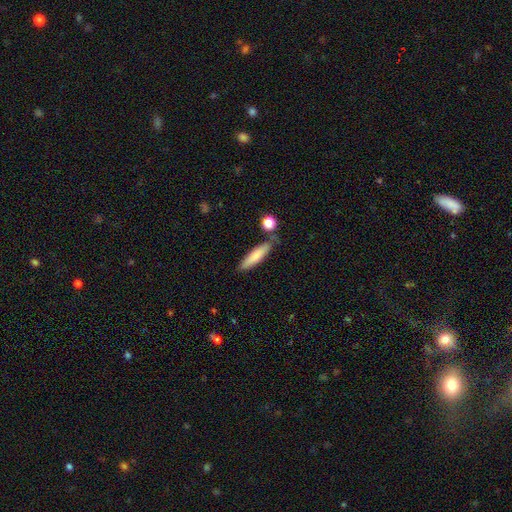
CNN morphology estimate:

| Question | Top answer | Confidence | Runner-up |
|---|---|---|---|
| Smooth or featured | smooth | 76% | featured or disk (18%) |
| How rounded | cigar-shaped | 75% | in between (23%) |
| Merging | none | 73% | minor disturbance (15%) |